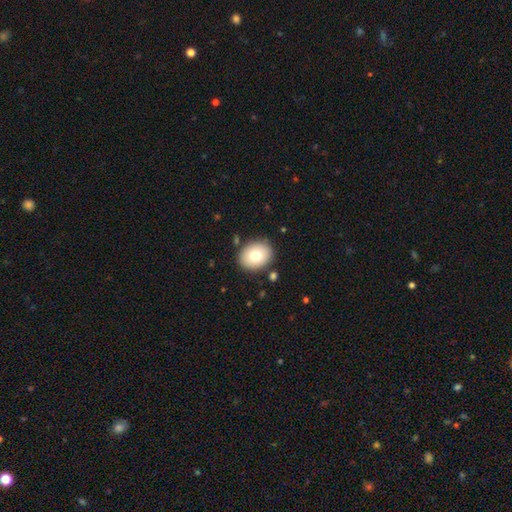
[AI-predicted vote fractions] smooth_or_featured: smooth (p=0.75) [alt: featured or disk p=0.16]
how_rounded: in between (p=0.51) [alt: round p=0.48]
merging: none (p=0.87) [alt: minor disturbance p=0.09]